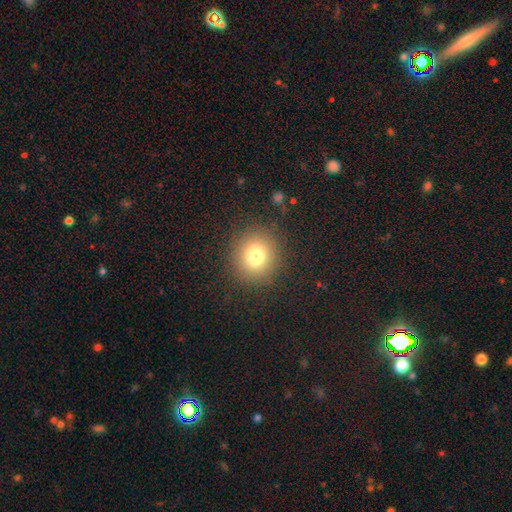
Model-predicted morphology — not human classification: Smooth or featured: smooth — 77% (star or artifact — 14%)
How rounded: round — 86% (in between — 13%)
Merging: none — 88% (minor disturbance — 7%)